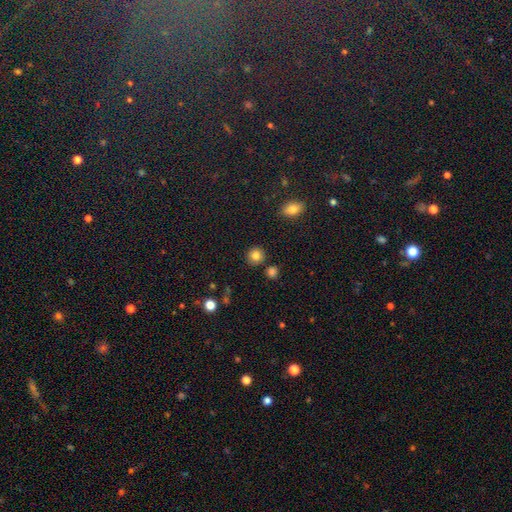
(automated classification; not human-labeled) This appears to be a smooth galaxy with no disk features (84%) that is round (90%). Merging: none (85%).